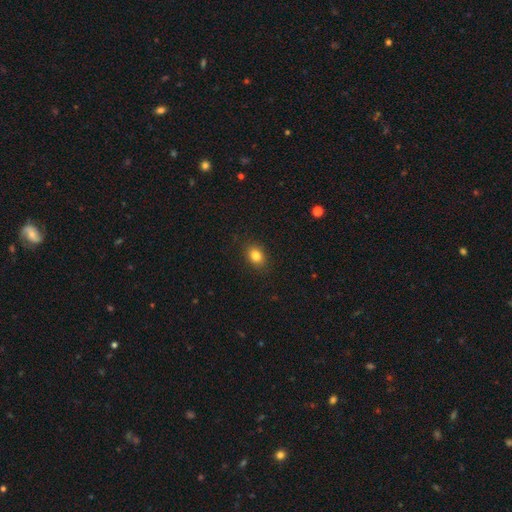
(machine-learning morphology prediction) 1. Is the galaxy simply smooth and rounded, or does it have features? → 83% smooth, 10% star or artifact, 6% featured or disk.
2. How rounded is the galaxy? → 63% in between, 36% round, 1% cigar-shaped.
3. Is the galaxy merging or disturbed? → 87% none, 9% minor disturbance, 2% major disturbance, 1% merger.